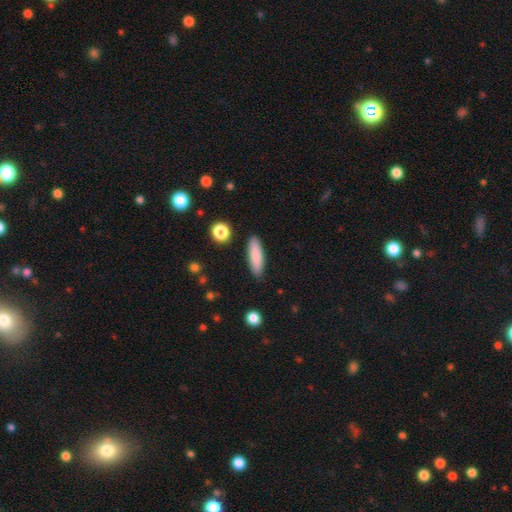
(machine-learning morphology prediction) Smooth or featured?
  - smooth: 83% *
  - featured or disk: 10%
  - star or artifact: 6%
How rounded?
  - cigar-shaped: 64% *
  - in between: 34%
  - round: 2%
Merging?
  - none: 88% *
  - minor disturbance: 8%
  - major disturbance: 2%
  - merger: 2%